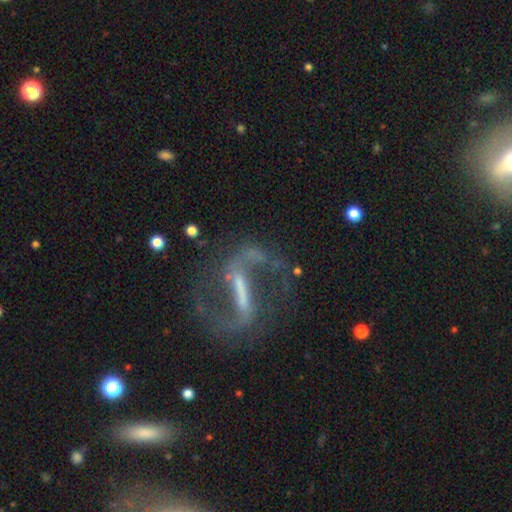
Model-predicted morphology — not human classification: type=featured or disk (85%); edge-on=no (93%); bar=strong (73%); spiral arms=yes (90%); winding=loose (63%); arm count=2 (90%); bulge=none (41%); merging=none (61%).